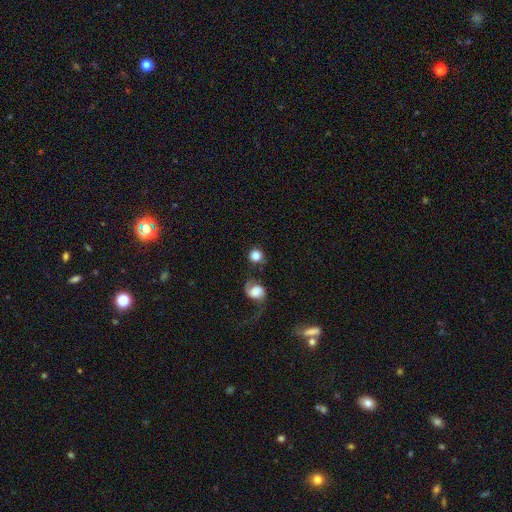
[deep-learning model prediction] Smooth or featured? Predicted: smooth (p=0.79). How rounded? Predicted: round (p=0.91). Merging? Predicted: none (p=0.68).